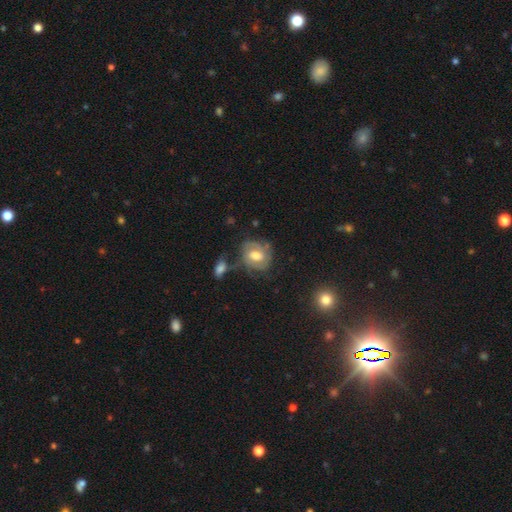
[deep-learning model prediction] featured or disk 69%, smooth 24%, star or artifact 7%. Down the decision tree: edge-on disk — no (97%); bar — weak (47%); spiral arms — yes (86%); spiral arm count — 2 (53%); spiral winding — tight (54%); bulge size — moderate (59%); merging — none (60%).